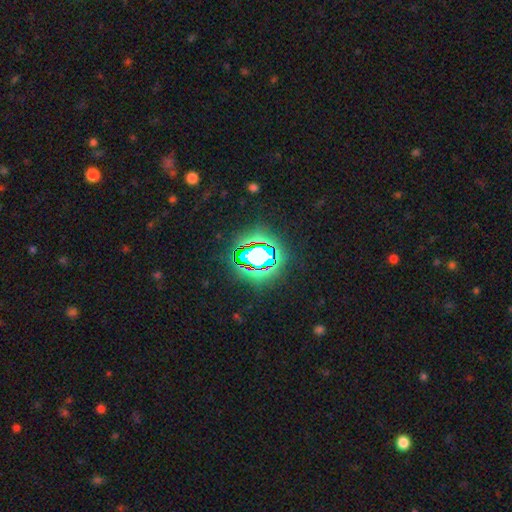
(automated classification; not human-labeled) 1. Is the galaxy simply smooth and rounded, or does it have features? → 71% star or artifact, 17% smooth, 12% featured or disk.